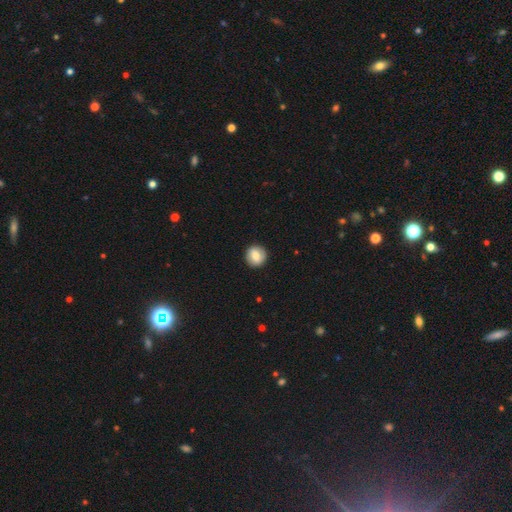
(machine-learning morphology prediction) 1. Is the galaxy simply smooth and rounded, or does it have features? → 75% smooth, 17% featured or disk, 8% star or artifact.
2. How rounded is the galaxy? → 89% round, 10% in between, 1% cigar-shaped.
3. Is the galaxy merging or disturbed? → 90% none, 7% minor disturbance, 2% major disturbance, 1% merger.